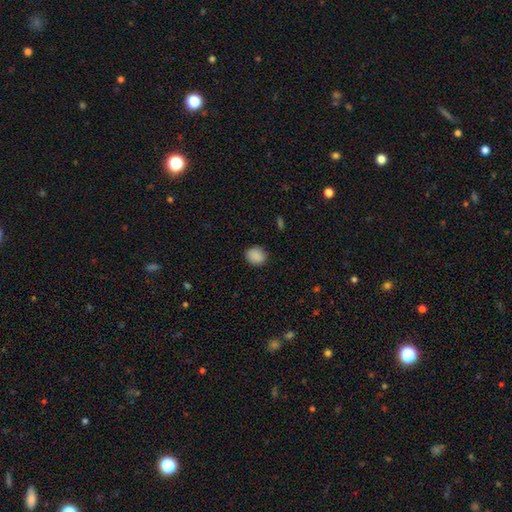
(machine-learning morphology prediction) smooth_or_featured: smooth (p=0.89) [alt: star or artifact p=0.08]
how_rounded: round (p=0.73) [alt: in between p=0.26]
merging: none (p=0.87) [alt: minor disturbance p=0.10]